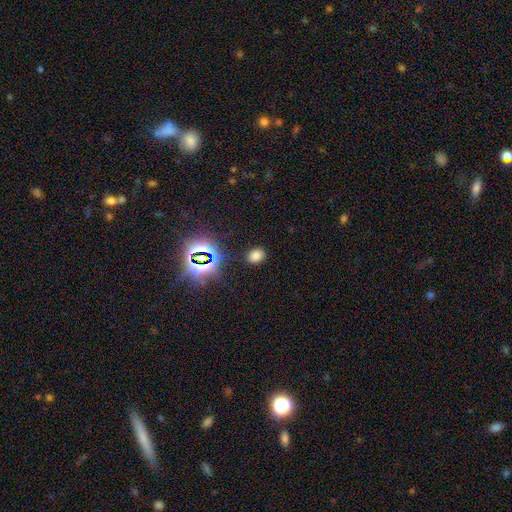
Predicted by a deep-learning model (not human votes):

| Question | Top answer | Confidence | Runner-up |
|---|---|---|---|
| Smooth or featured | smooth | 70% | star or artifact (24%) |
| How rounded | in between | 66% | round (33%) |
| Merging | none | 85% | minor disturbance (9%) |